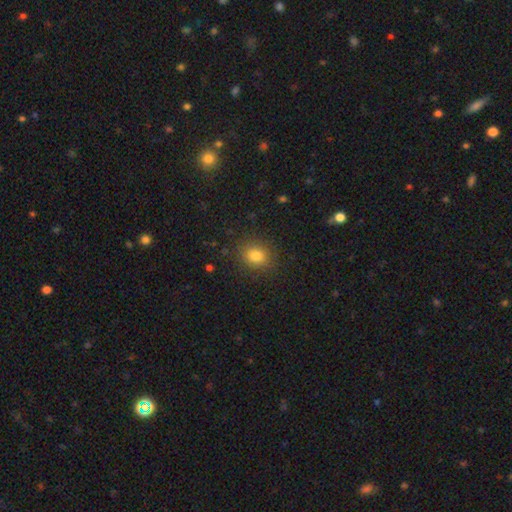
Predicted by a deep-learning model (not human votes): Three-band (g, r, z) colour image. It shows a smooth galaxy with no disk features (81%) that is round (66%). Merging: none (87%).